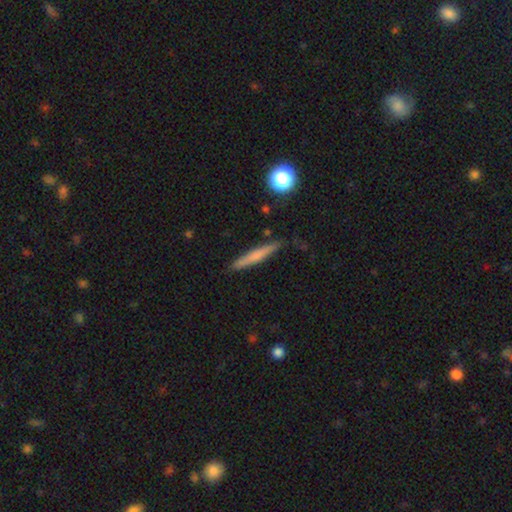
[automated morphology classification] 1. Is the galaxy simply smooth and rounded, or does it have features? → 59% smooth, 34% featured or disk, 7% star or artifact.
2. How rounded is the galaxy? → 94% cigar-shaped, 4% in between, 2% round.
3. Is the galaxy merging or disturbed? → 86% none, 10% minor disturbance, 2% major disturbance, 2% merger.